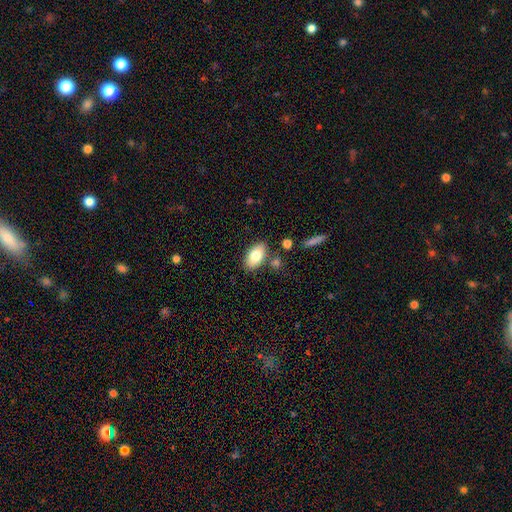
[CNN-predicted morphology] A smooth galaxy with no disk features (79%) that is in between round and cigar-shaped (93%).

Vote fractions:
- Smooth or featured? smooth: 79% / featured or disk: 14% / star or artifact: 7%
- How rounded? in between: 93% / round: 4% / cigar-shaped: 3%
- Merging? none: 79% / minor disturbance: 12% / merger: 6% / major disturbance: 3%